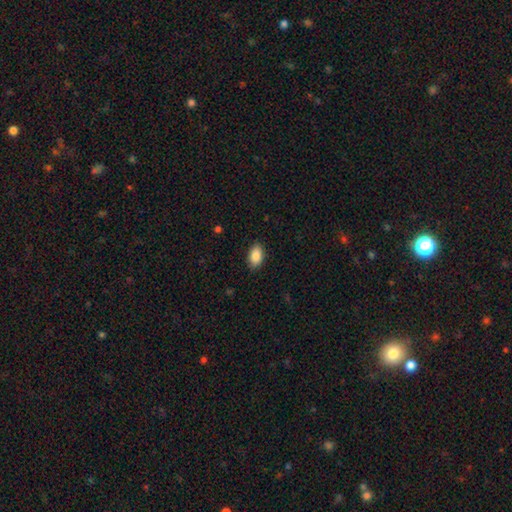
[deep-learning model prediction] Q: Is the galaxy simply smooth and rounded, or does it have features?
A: smooth — 89%.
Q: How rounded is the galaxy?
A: in between — 92%.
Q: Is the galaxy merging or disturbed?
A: none — 86%.